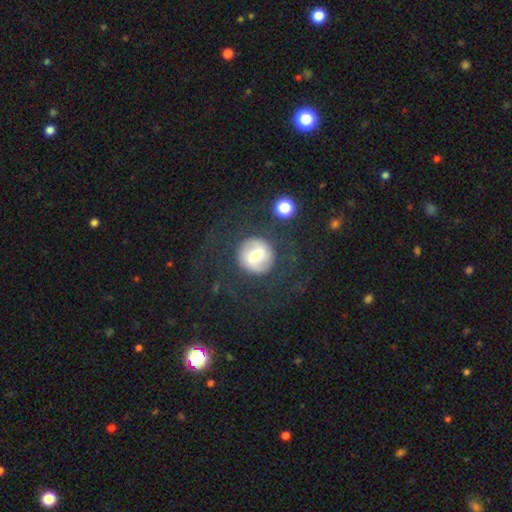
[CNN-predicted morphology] Smooth or featured? featured or disk (49%)
Merging? none (72%)